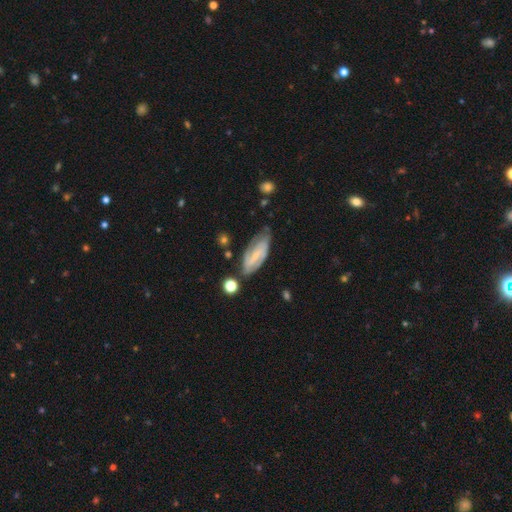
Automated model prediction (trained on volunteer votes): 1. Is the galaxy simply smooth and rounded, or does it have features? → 74% featured or disk, 20% smooth, 6% star or artifact.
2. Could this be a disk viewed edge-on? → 92% no, 8% yes.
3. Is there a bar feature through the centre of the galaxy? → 45% weak, 29% no, 26% strong.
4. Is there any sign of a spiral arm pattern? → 92% yes, 8% no.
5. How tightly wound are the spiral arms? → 43% medium, 41% tight, 16% loose.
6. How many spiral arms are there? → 71% 2, 17% can't tell, 6% 3, 3% 1, 2% 4, 2% more than 4.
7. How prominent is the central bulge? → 70% small, 19% moderate, 9% none, 1% large, 1% dominant.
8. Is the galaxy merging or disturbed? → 66% none, 23% minor disturbance, 7% major disturbance, 4% merger.